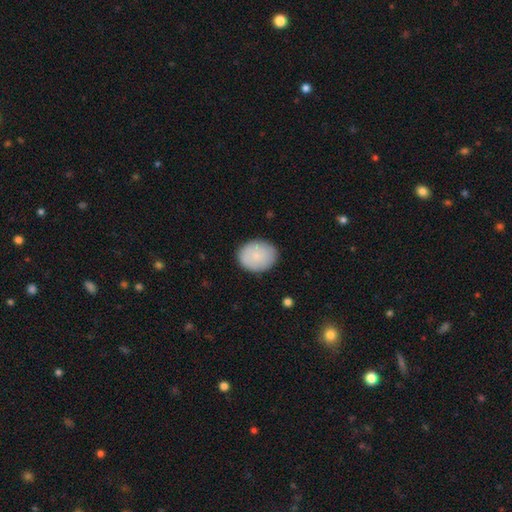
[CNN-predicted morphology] This is clearly a smooth galaxy (84%). How rounded: possibly round (55%). Merging: clearly none (86%).